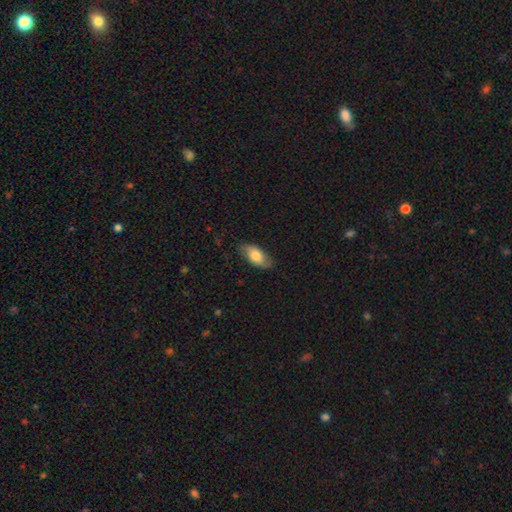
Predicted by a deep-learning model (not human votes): A smooth galaxy with no disk features (74%) that is in between round and cigar-shaped (91%).

Vote fractions:
- Smooth or featured? smooth: 74% / featured or disk: 20% / star or artifact: 6%
- How rounded? in between: 91% / cigar-shaped: 6% / round: 4%
- Merging? none: 78% / minor disturbance: 18% / major disturbance: 3% / merger: 1%